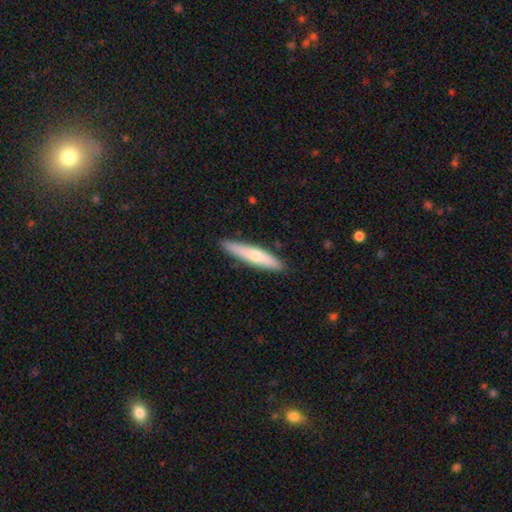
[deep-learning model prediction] smooth_or_featured: smooth (p=0.63) [alt: featured or disk p=0.32]
how_rounded: cigar-shaped (p=0.85) [alt: in between p=0.13]
merging: none (p=0.87) [alt: minor disturbance p=0.10]